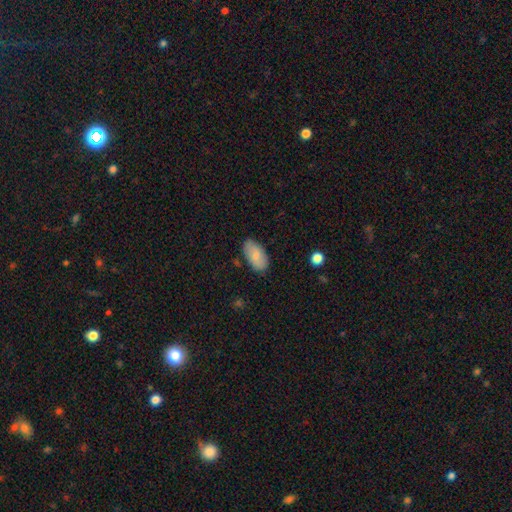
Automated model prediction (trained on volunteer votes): This is likely a smooth galaxy (78%). How rounded: clearly in between (95%). Merging: clearly none (84%).